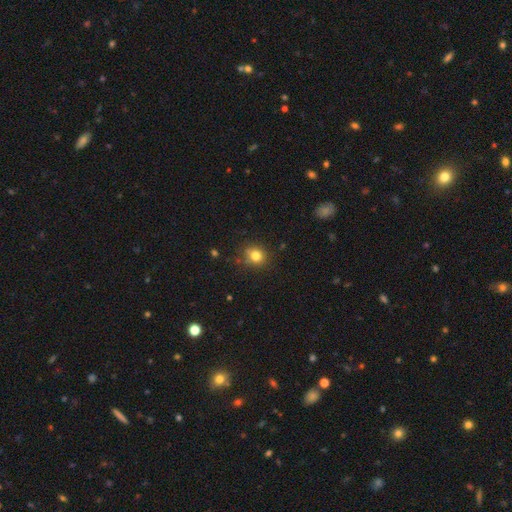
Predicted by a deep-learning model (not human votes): Smooth or featured: smooth — 80% (star or artifact — 13%)
How rounded: round — 77% (in between — 22%)
Merging: none — 79% (minor disturbance — 14%)